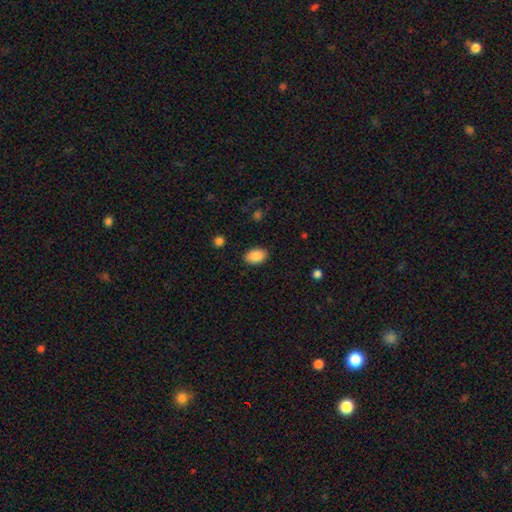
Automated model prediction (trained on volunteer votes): Smooth or featured? Predicted: smooth (p=0.89). How rounded? Predicted: in between (p=0.88). Merging? Predicted: none (p=0.88).